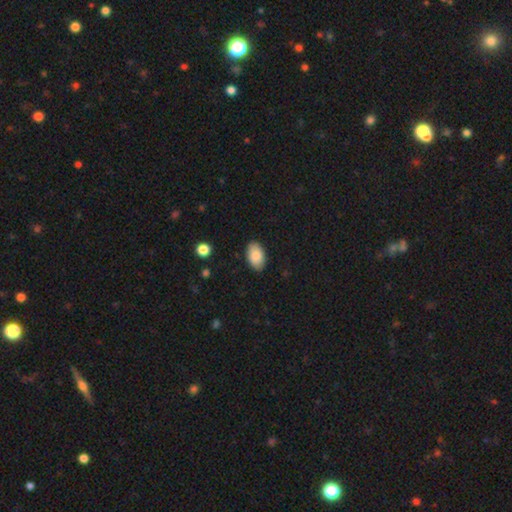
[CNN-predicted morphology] A smooth galaxy with no disk features (87%) that is in between round and cigar-shaped (93%). Merging: none (87%).